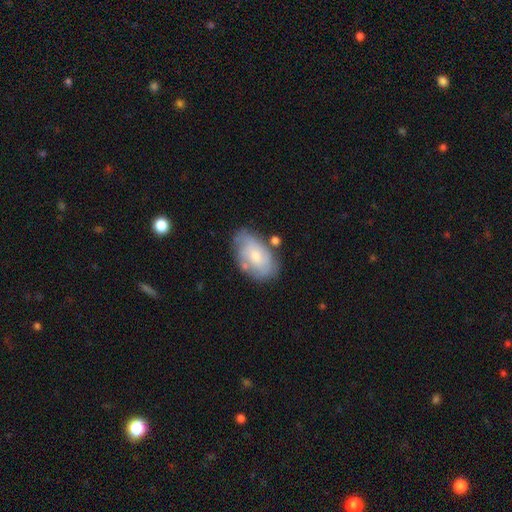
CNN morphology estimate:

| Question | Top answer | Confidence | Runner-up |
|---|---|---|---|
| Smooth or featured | smooth | 50% | featured or disk (43%) |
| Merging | none | 63% | minor disturbance (24%) |